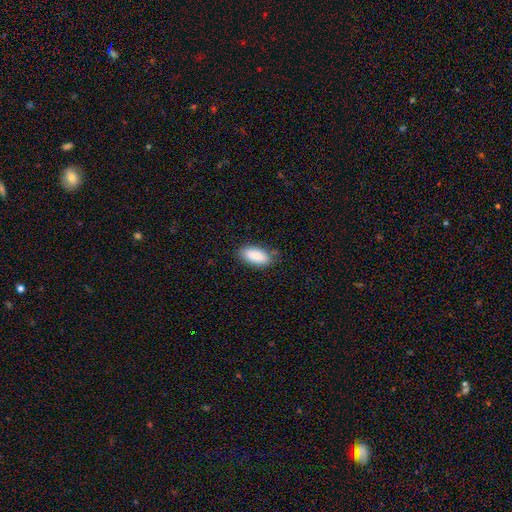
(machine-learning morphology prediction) The model was most divided on "merging": none: 81%, minor disturbance: 15%, major disturbance: 3%, merger: 1%. More confident: how rounded — in between (90%); smooth or featured — smooth (89%).